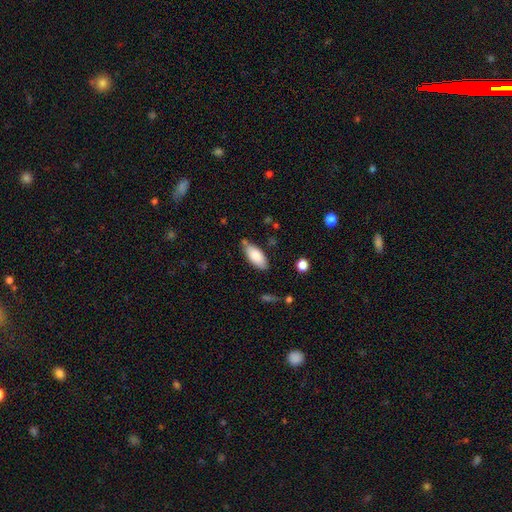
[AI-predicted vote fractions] Morphology: type=smooth (83%); roundness=in between (85%); merging=none (75%).